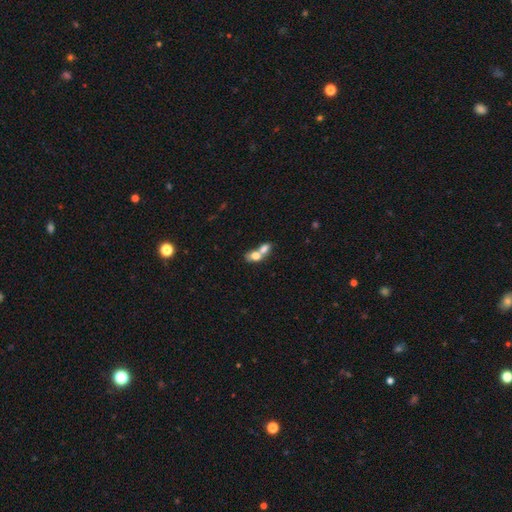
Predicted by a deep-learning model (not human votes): Overall: smooth (70%). How rounded: in between (68%). Merging: merger (75%).